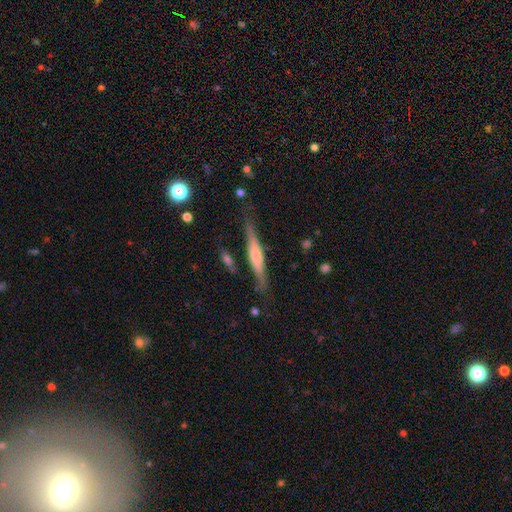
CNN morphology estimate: Q: Smooth or featured?
A: featured or disk (58%); runner-up: smooth (36%)
Q: Edge-on disk?
A: yes (95%); runner-up: no (5%)
Q: Edge-on bulge?
A: rounded (57%); runner-up: boxy (25%)
Q: Merging?
A: none (78%); runner-up: minor disturbance (15%)